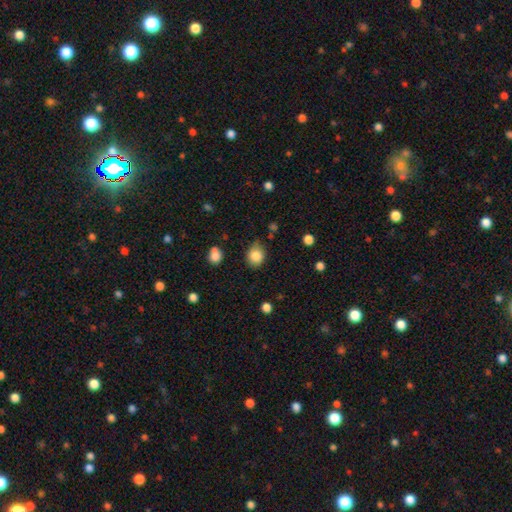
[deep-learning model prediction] This appears to be a smooth galaxy with no disk features (86%) that is round (65%). Merging: none (72%).